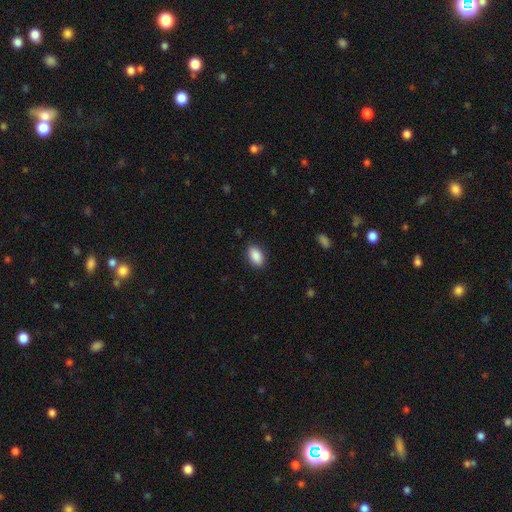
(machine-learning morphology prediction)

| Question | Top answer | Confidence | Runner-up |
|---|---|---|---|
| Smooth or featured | smooth | 89% | star or artifact (7%) |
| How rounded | in between | 92% | round (6%) |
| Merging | none | 87% | minor disturbance (10%) |